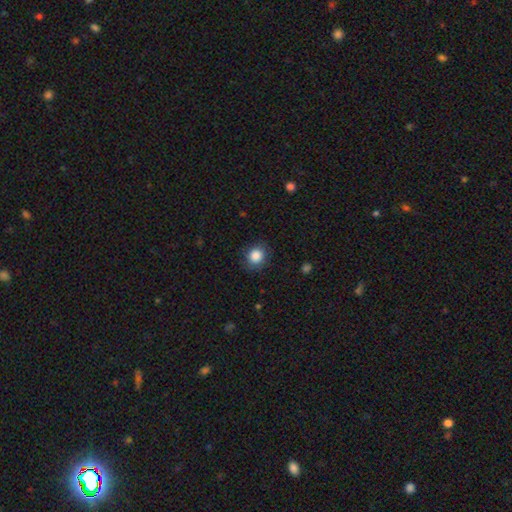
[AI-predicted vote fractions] A smooth galaxy with no disk features (86%) that is round (82%).

Vote fractions:
- Smooth or featured? smooth: 86% / star or artifact: 10% / featured or disk: 4%
- How rounded? round: 82% / in between: 17% / cigar-shaped: 1%
- Merging? none: 85% / minor disturbance: 11% / major disturbance: 3% / merger: 1%